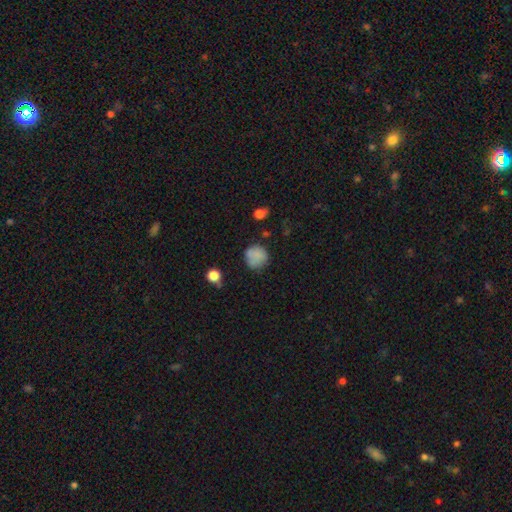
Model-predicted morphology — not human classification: Smooth or featured: smooth — 79% (star or artifact — 11%)
How rounded: round — 89% (in between — 10%)
Merging: none — 68% (minor disturbance — 21%)